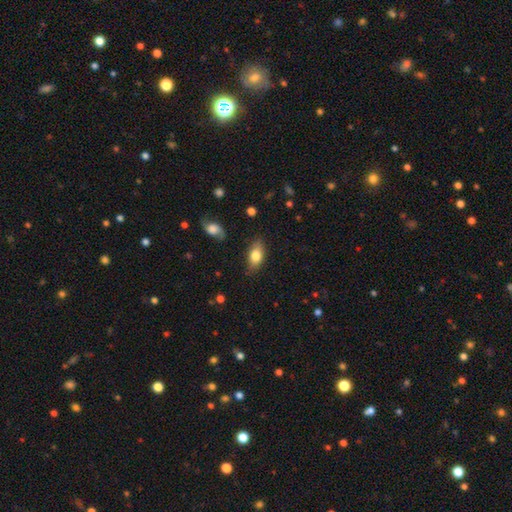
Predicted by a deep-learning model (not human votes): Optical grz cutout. It shows a smooth galaxy with no disk features (78%) that is in between round and cigar-shaped (88%). Merging: none (81%).